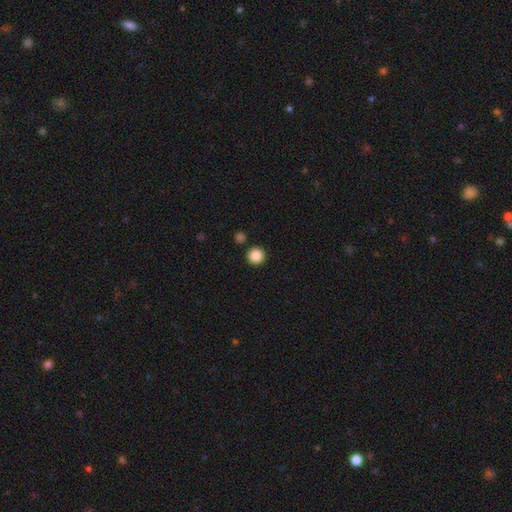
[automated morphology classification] Overall: smooth (87%). How rounded: round (96%). Merging: none (91%).